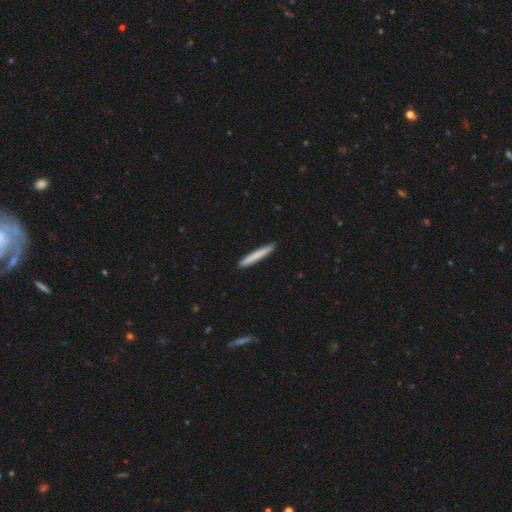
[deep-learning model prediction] This appears to be a smooth galaxy with no disk features (75%) that is cigar-shaped (97%). Merging: none (92%).